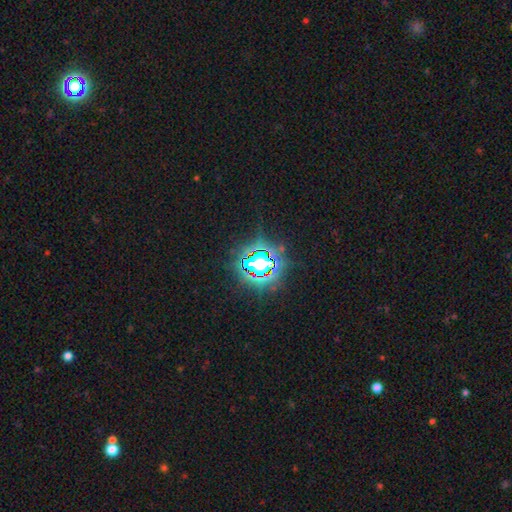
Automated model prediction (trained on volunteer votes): smooth_or_featured: star or artifact (p=0.80) [alt: smooth p=0.12]